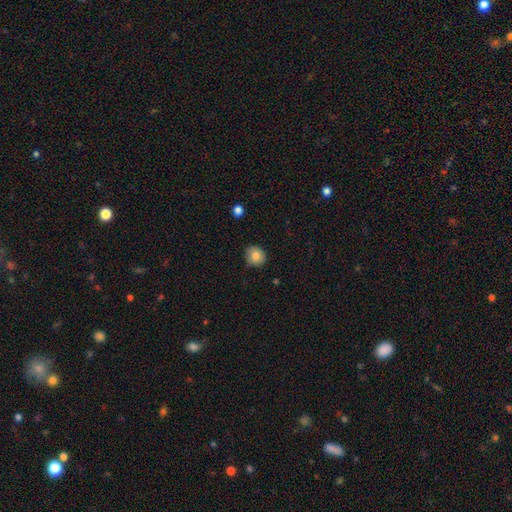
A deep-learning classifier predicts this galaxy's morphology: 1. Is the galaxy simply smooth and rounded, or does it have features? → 80% smooth, 11% featured or disk, 9% star or artifact.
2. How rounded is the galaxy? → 85% round, 14% in between, 1% cigar-shaped.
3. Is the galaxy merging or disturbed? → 81% none, 15% minor disturbance, 2% major disturbance, 1% merger.